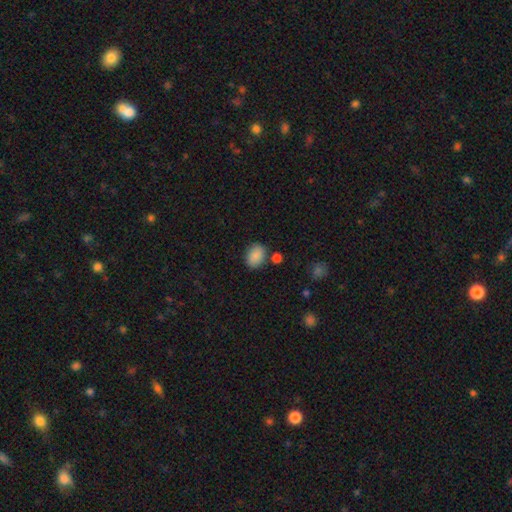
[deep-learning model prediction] A smooth galaxy with no disk features (88%) that is in between round and cigar-shaped (74%).

Vote fractions:
- Smooth or featured? smooth: 88% / star or artifact: 8% / featured or disk: 4%
- How rounded? in between: 74% / round: 25% / cigar-shaped: 1%
- Merging? none: 78% / minor disturbance: 12% / merger: 6% / major disturbance: 3%